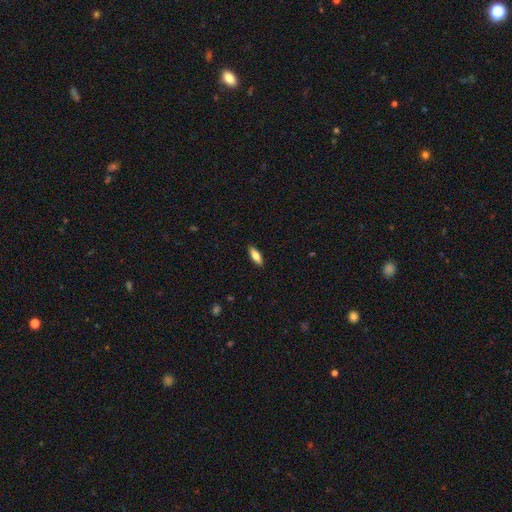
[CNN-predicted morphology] Smooth or featured? smooth (72%)
How rounded? in between (58%)
Merging? none (89%)